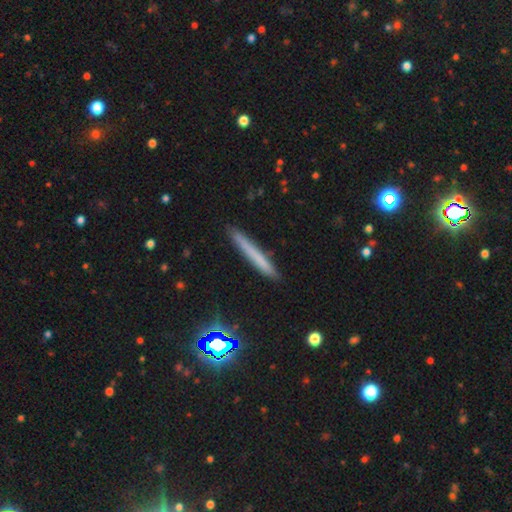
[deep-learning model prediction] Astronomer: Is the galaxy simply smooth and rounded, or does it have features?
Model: smooth — 65%.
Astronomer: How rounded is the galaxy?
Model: cigar-shaped — 96%.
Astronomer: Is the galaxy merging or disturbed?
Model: none — 89%.